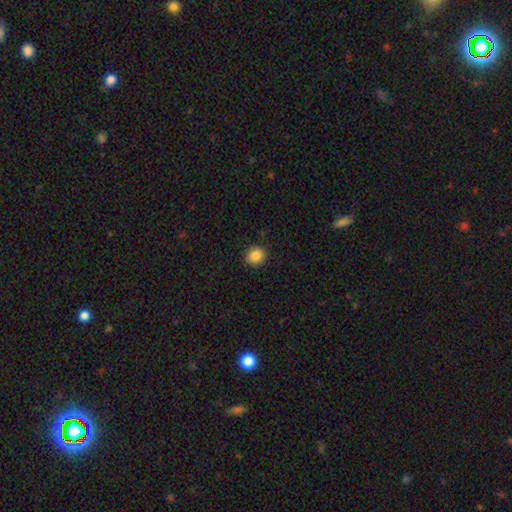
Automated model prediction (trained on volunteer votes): A smooth galaxy with no disk features (86%) that is round (87%).

Vote fractions:
- Smooth or featured? smooth: 86% / star or artifact: 10% / featured or disk: 5%
- How rounded? round: 87% / in between: 12% / cigar-shaped: 1%
- Merging? none: 91% / minor disturbance: 6% / major disturbance: 2% / merger: 1%